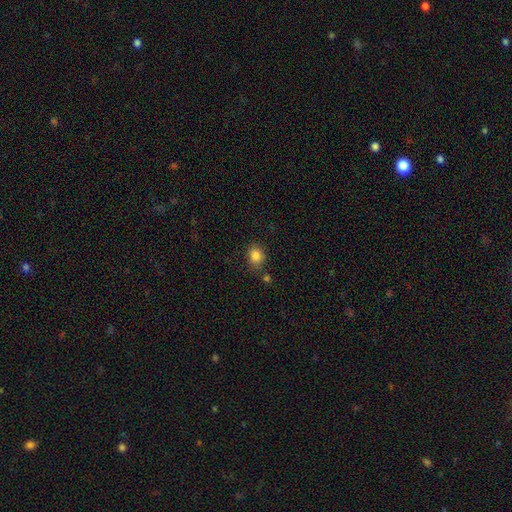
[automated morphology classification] Smooth or featured? smooth (84%)
How rounded? round (58%)
Merging? none (78%)